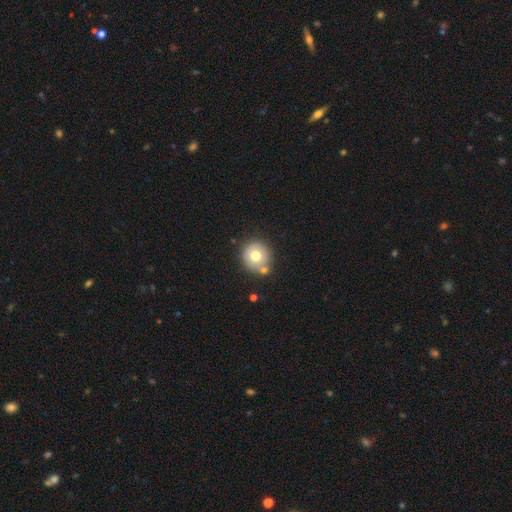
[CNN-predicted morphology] The model was most divided on "merging": none: 68%, merger: 17%, minor disturbance: 11%, major disturbance: 4%. More confident: how rounded — round (90%); smooth or featured — smooth (71%).